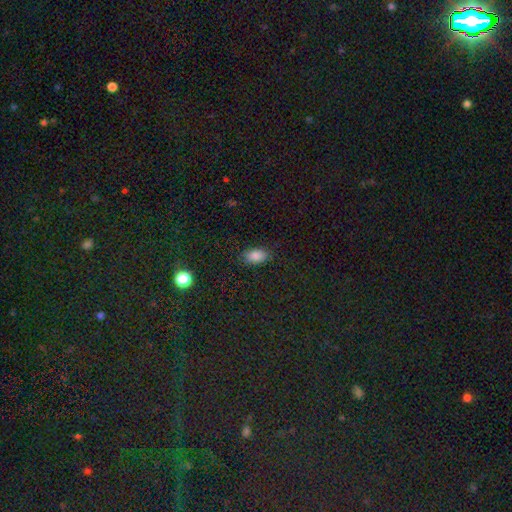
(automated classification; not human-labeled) Smooth or featured? smooth (83%)
How rounded? in between (90%)
Merging? none (84%)